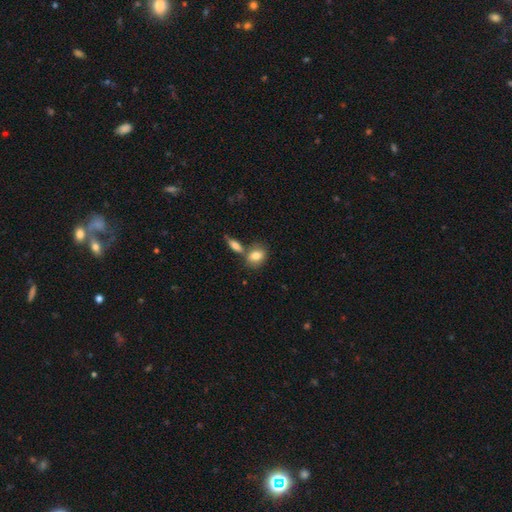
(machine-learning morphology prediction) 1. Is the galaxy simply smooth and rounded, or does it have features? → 81% smooth, 11% featured or disk, 7% star or artifact.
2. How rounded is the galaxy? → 73% in between, 25% round, 2% cigar-shaped.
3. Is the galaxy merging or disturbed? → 55% none, 29% merger, 12% minor disturbance, 3% major disturbance.